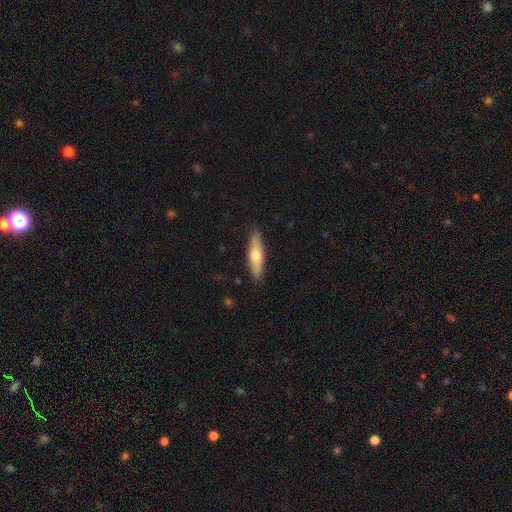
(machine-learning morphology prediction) type=smooth (60%); roundness=cigar-shaped (67%); merging=none (88%).